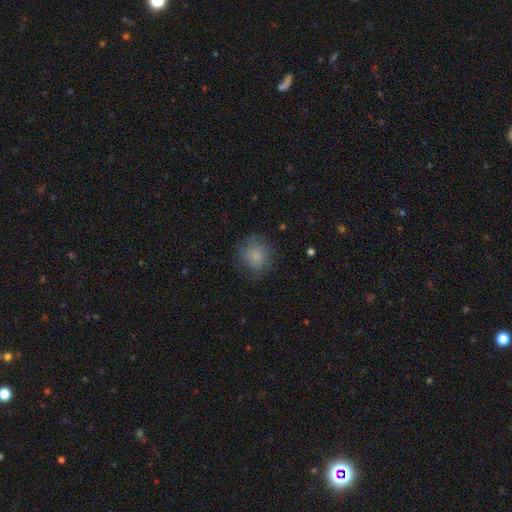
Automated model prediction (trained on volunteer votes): Smooth or featured?
  - smooth: 80% *
  - featured or disk: 11%
  - star or artifact: 9%
How rounded?
  - round: 86% *
  - in between: 13%
  - cigar-shaped: 1%
Merging?
  - none: 74% *
  - minor disturbance: 18%
  - major disturbance: 7%
  - merger: 1%